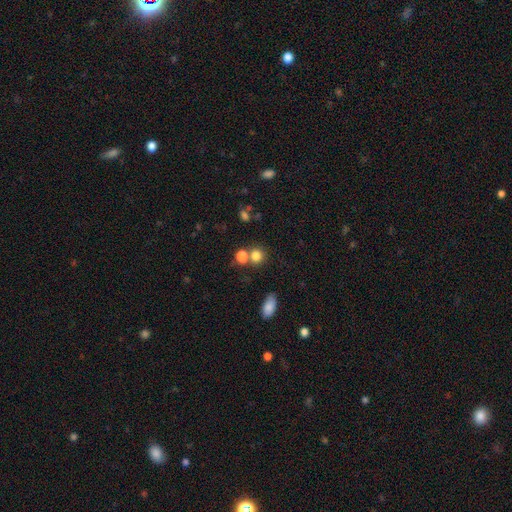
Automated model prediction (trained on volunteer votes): Smooth or featured? Predicted: smooth (p=0.80). How rounded? Predicted: round (p=0.78). Merging? Predicted: none (p=0.54).